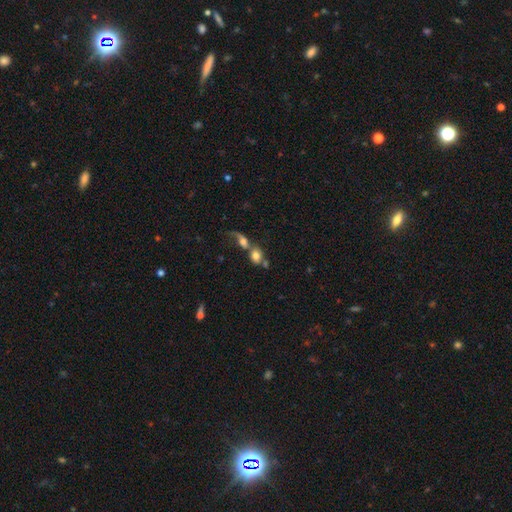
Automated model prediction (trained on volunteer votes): smooth 68%, featured or disk 20%, star or artifact 11%. Down the decision tree: how rounded — round (61%); merging — merger (66%).